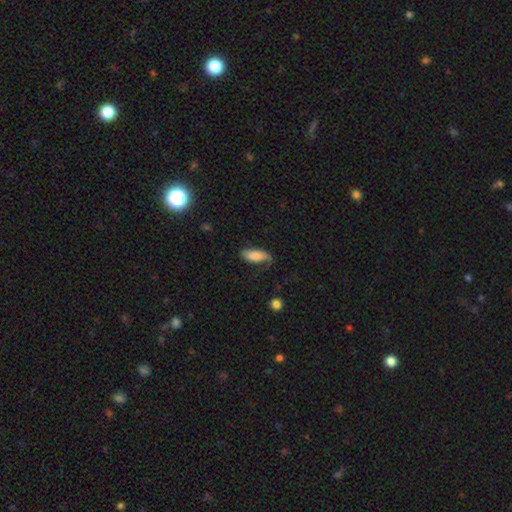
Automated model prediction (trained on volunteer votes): A smooth galaxy with no disk features (76%) that is in between round and cigar-shaped (76%).

Vote fractions:
- Smooth or featured? smooth: 76% / featured or disk: 17% / star or artifact: 7%
- How rounded? in between: 76% / cigar-shaped: 22% / round: 2%
- Merging? none: 57% / minor disturbance: 28% / major disturbance: 13% / merger: 2%